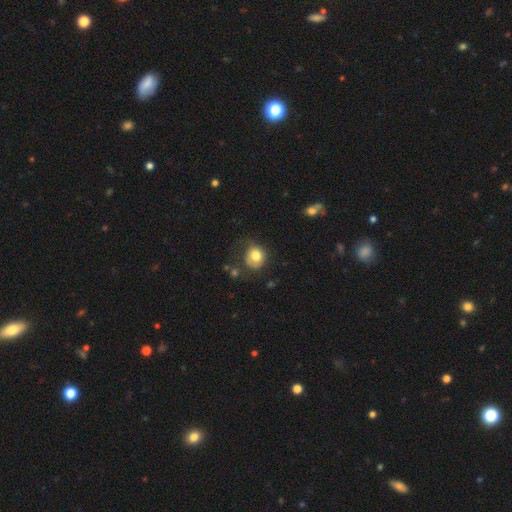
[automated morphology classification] smooth-or-featured: smooth: 77% | featured or disk: 14% | star or artifact: 9%
  how-rounded: round: 74% | in between: 25% | cigar-shaped: 1%
  merging: none: 55% | minor disturbance: 28% | major disturbance: 14% | merger: 4%